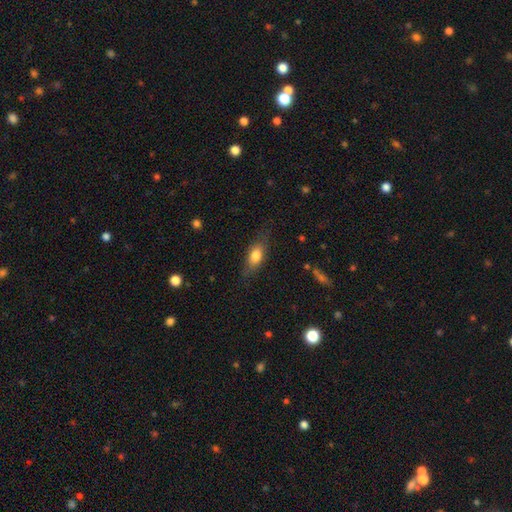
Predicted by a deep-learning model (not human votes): Morphology: type=smooth (73%); roundness=in between (74%); merging=none (74%).